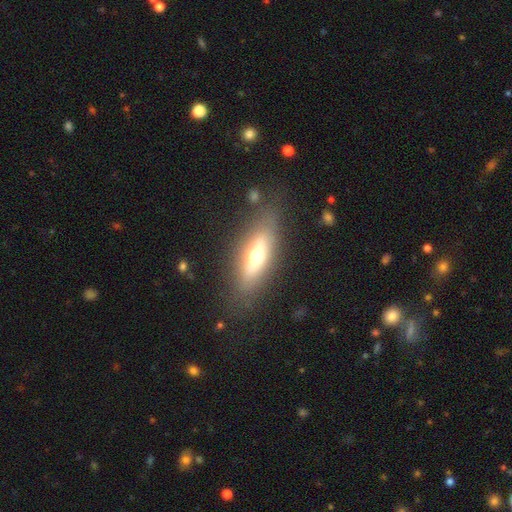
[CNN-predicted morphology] A smooth galaxy with no disk features (50%). Merging: none (79%).